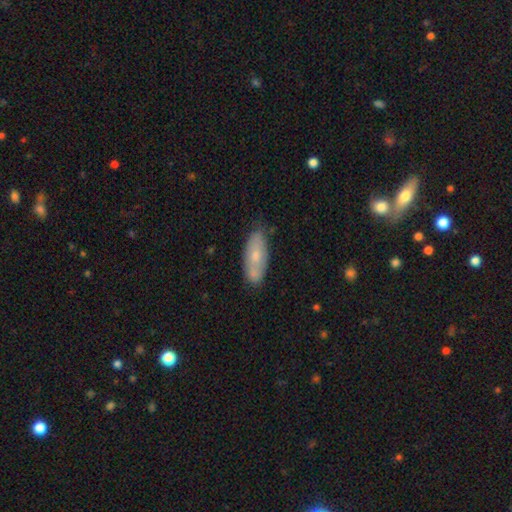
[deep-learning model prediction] Smooth or featured? Predicted: smooth (p=0.68). How rounded? Predicted: in between (p=0.79). Merging? Predicted: none (p=0.63).